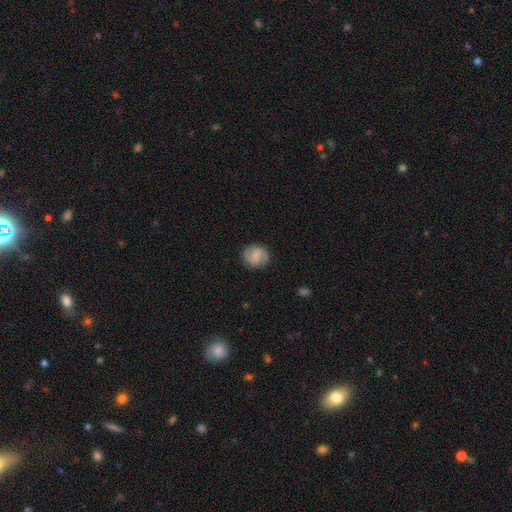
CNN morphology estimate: type=featured or disk (53%); edge-on=no (98%); bar=weak (46%); spiral arms=yes (92%); bulge=small (41%); merging=none (86%).